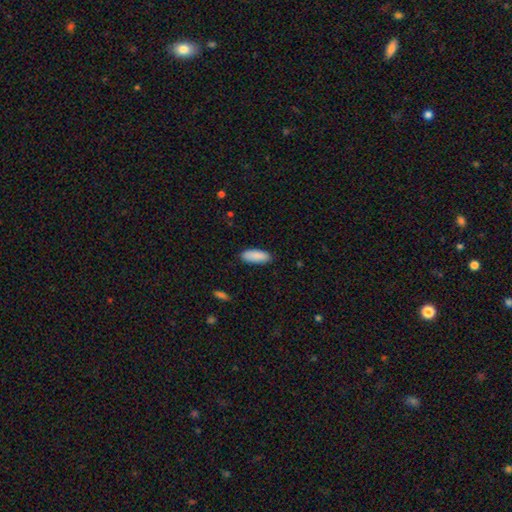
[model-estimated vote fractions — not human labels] Q: Smooth or featured?
A: smooth (90%); runner-up: star or artifact (6%)
Q: How rounded?
A: in between (76%); runner-up: cigar-shaped (23%)
Q: Merging?
A: none (88%); runner-up: minor disturbance (9%)